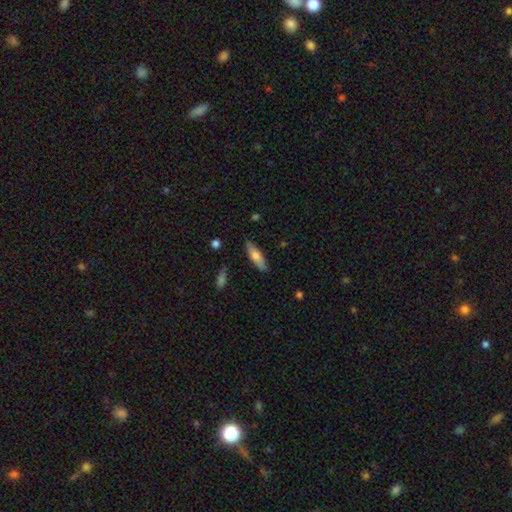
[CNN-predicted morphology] A smooth galaxy with no disk features (69%) that is cigar-shaped (52%). Merging: none (84%).